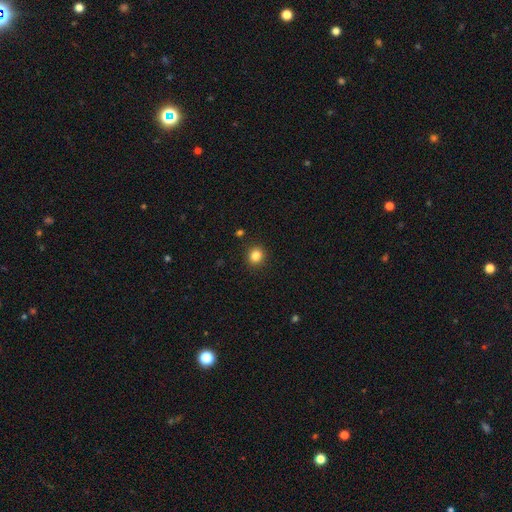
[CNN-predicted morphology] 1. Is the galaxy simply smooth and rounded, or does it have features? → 84% smooth, 11% star or artifact, 4% featured or disk.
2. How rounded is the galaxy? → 83% round, 16% in between, 1% cigar-shaped.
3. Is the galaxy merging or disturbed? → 90% none, 6% minor disturbance, 2% major disturbance, 1% merger.